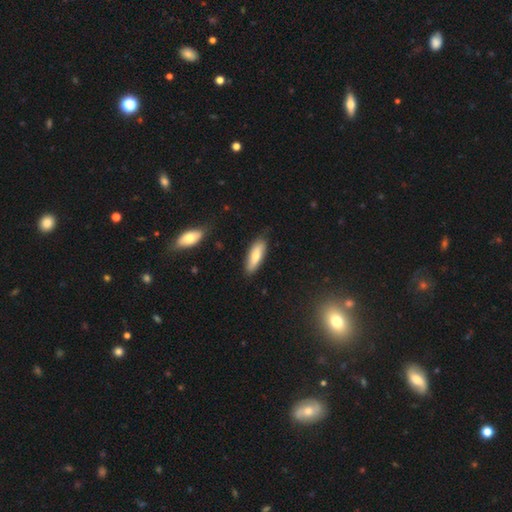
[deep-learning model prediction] This appears to be a smooth galaxy with no disk features (70%) that is in between round and cigar-shaped (56%). Merging: none (81%).